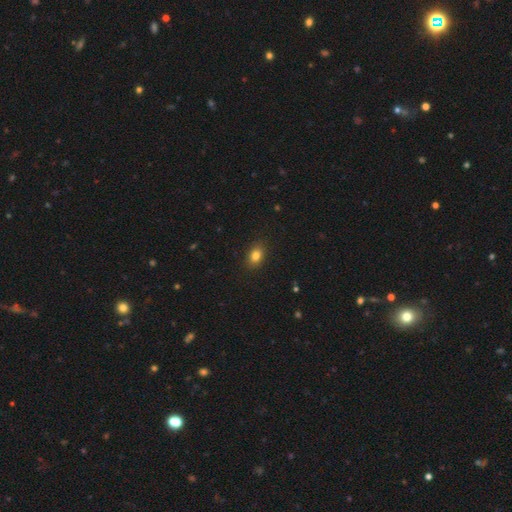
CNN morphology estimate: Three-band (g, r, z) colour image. It shows a smooth galaxy with no disk features (83%) that is in between round and cigar-shaped (74%). Merging: none (89%).